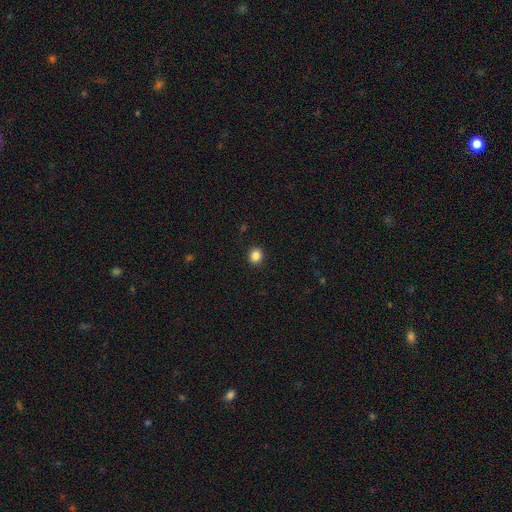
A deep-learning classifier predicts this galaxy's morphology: Smooth or featured? Predicted: smooth (p=0.86). How rounded? Predicted: round (p=0.73). Merging? Predicted: none (p=0.91).